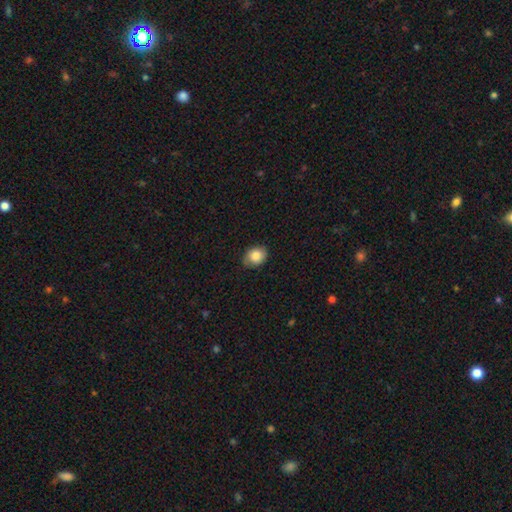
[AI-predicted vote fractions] This appears to be a smooth galaxy with no disk features (84%) that is round (54%). Merging: none (78%).